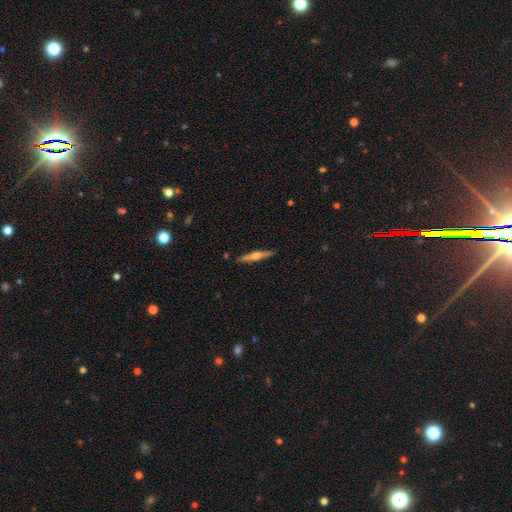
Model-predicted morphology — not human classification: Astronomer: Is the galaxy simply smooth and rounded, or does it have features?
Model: featured or disk — 63%.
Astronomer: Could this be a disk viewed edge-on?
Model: yes — 98%.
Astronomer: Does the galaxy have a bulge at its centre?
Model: rounded — 83%.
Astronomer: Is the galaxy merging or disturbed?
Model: none — 90%.